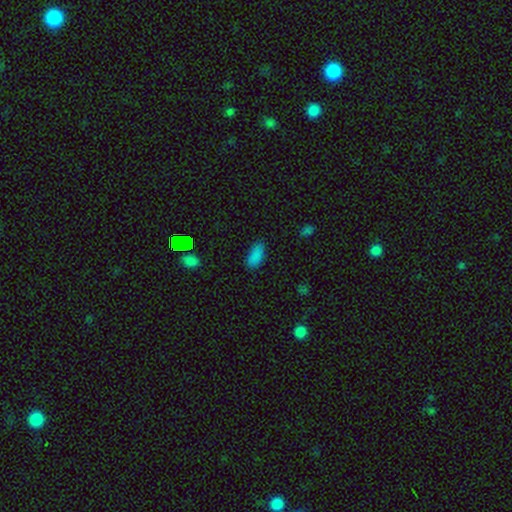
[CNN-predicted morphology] type=smooth (83%); roundness=in between (87%); merging=none (82%).